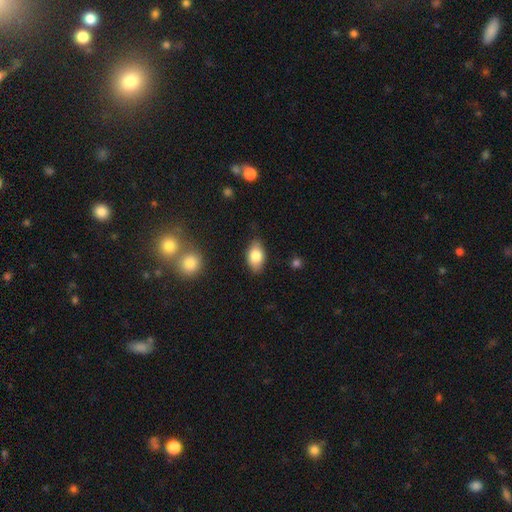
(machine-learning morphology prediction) Smooth or featured: smooth — 80% (featured or disk — 13%)
How rounded: in between — 90% (round — 7%)
Merging: none — 81% (minor disturbance — 15%)